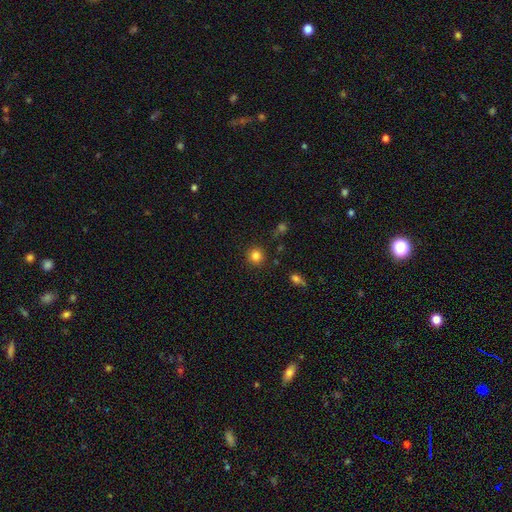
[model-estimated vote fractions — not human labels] This appears to be a smooth galaxy with no disk features (83%) that is round (93%). Merging: none (88%).